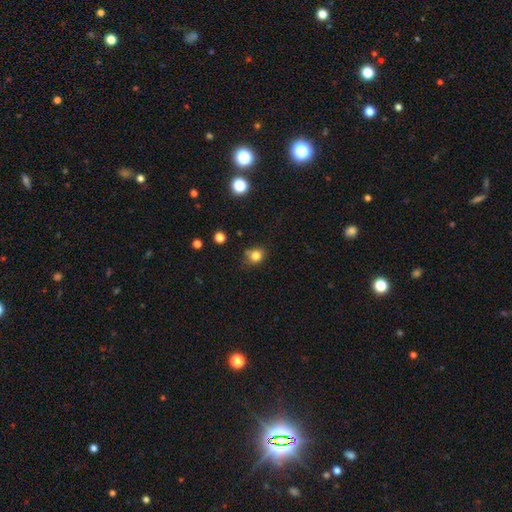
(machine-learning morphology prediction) This appears to be a smooth galaxy with no disk features (81%) that is round (75%). Merging: none (68%).